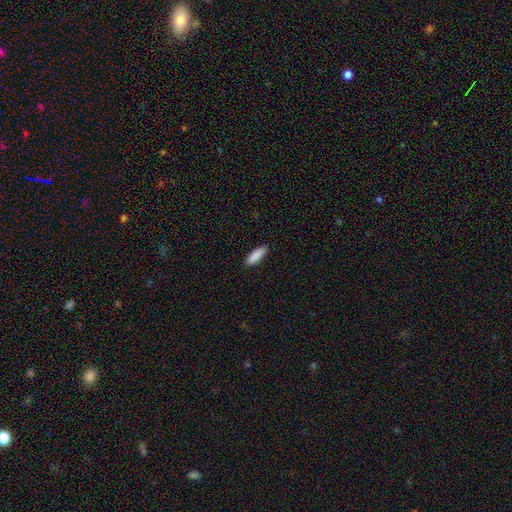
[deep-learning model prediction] This is clearly a smooth galaxy (90%). How rounded: possibly in between (55%). Merging: clearly none (89%).